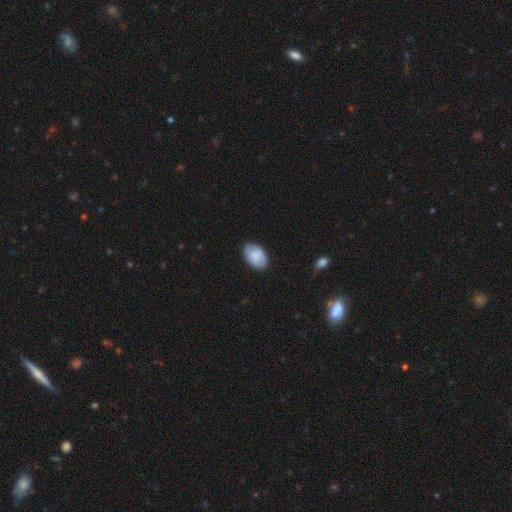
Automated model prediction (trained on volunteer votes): smooth-or-featured: smooth: 78% | featured or disk: 15% | star or artifact: 7%
  how-rounded: in between: 90% | round: 9% | cigar-shaped: 1%
  merging: none: 80% | minor disturbance: 16% | major disturbance: 3% | merger: 1%